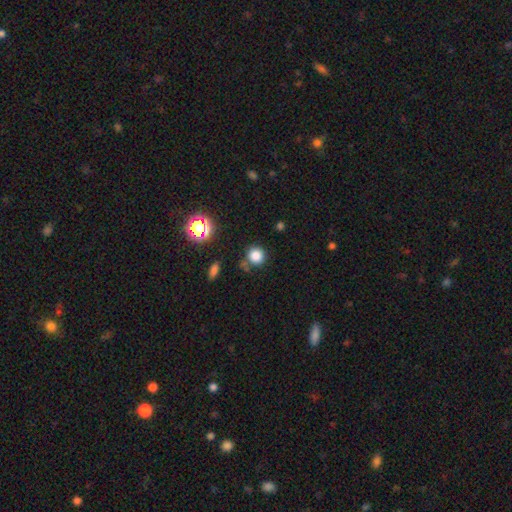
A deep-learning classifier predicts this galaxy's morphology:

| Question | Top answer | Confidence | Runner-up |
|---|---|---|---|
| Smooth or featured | smooth | 79% | star or artifact (16%) |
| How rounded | round | 91% | in between (7%) |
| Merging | none | 78% | minor disturbance (12%) |